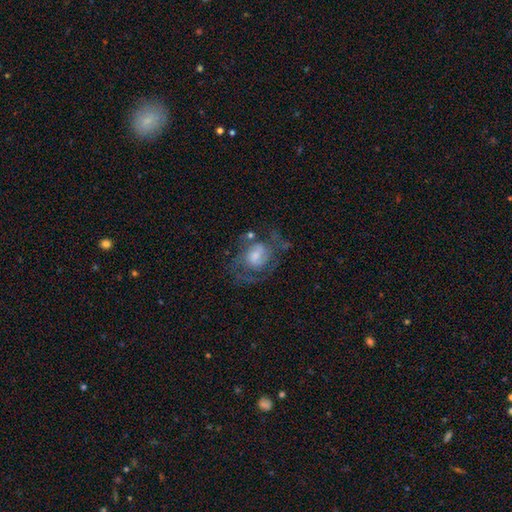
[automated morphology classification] smooth_or_featured: featured or disk (p=0.66) [alt: smooth p=0.26]
disk_edge_on: no (p=0.97) [alt: yes p=0.03]
bar: no (p=0.57) [alt: weak p=0.36]
has_spiral_arms: yes (p=0.78) [alt: no p=0.22]
spiral_winding: medium (p=0.45) [alt: tight p=0.34]
spiral_arm_count: 2 (p=0.35) [alt: can't tell p=0.33]
bulge_size: moderate (p=0.40) [alt: small p=0.36]
merging: none (p=0.41) [alt: major disturbance p=0.31]